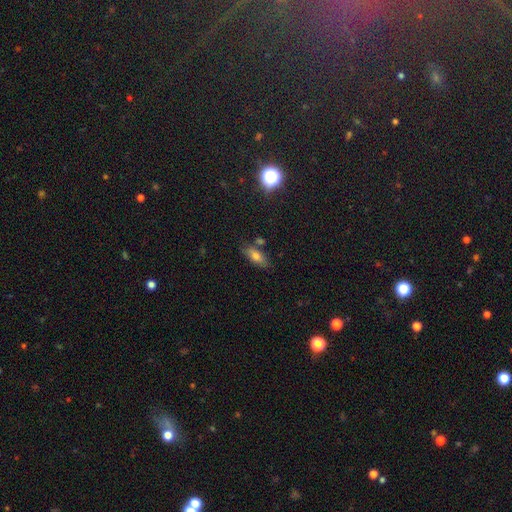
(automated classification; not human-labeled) Smooth or featured?
  - smooth: 71% *
  - featured or disk: 17%
  - star or artifact: 12%
How rounded?
  - in between: 75% *
  - cigar-shaped: 21%
  - round: 4%
Merging?
  - none: 73% *
  - minor disturbance: 15%
  - merger: 9%
  - major disturbance: 4%